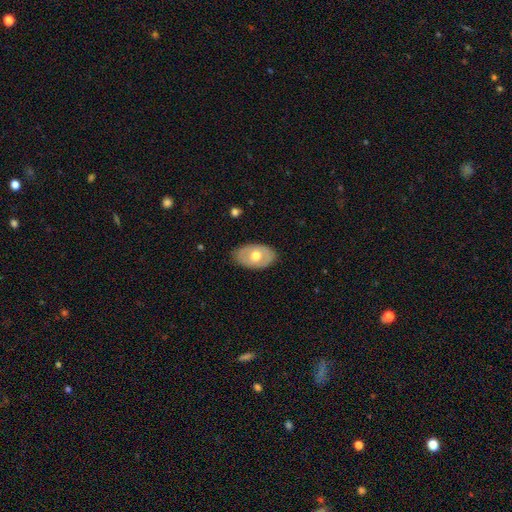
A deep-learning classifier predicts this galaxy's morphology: Smooth or featured? smooth (51%)
How rounded? in between (87%)
Merging? none (83%)